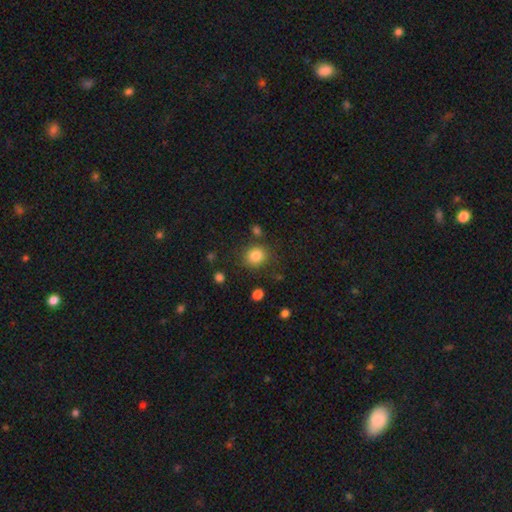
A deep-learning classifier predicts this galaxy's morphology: This appears to be a smooth galaxy with no disk features (83%) that is round (80%). Merging: none (82%).